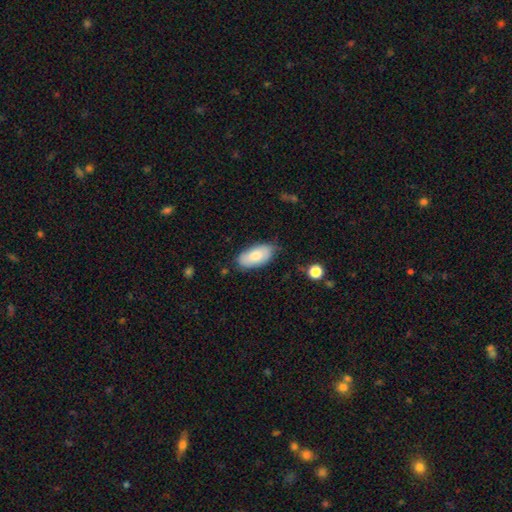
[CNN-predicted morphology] Smooth or featured: smooth — 75% (featured or disk — 19%)
How rounded: in between — 94% (cigar-shaped — 4%)
Merging: none — 75% (minor disturbance — 20%)